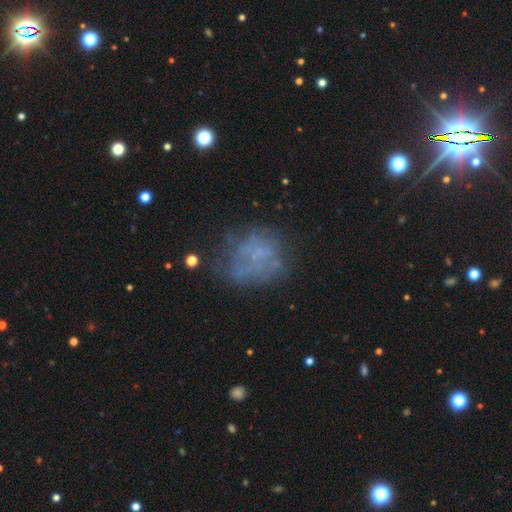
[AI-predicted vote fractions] featured or disk 43%, smooth 37%, star or artifact 20%. Down the decision tree: merging — none (51%).